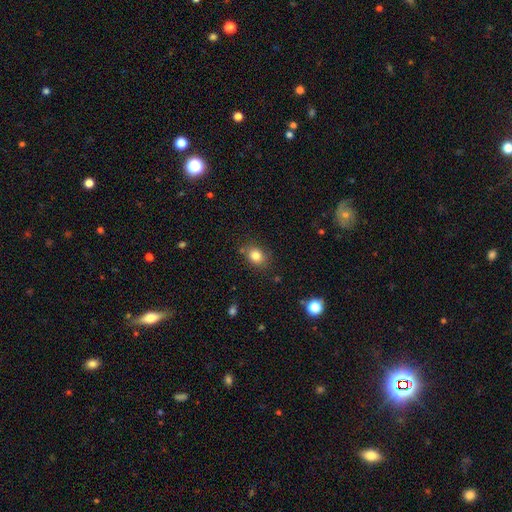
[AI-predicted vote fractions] Overall: smooth (82%). How rounded: in between (56%; round 43%). Merging: none (79%).